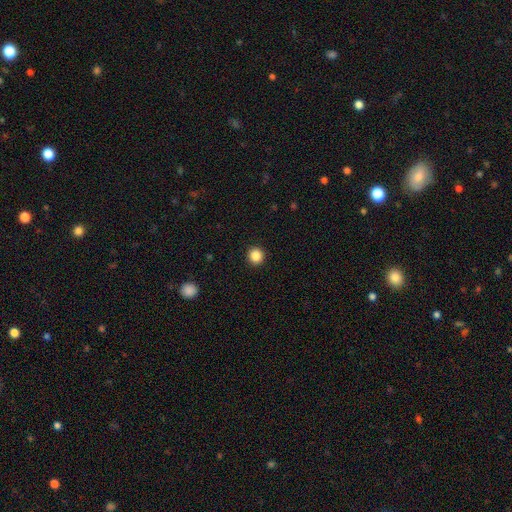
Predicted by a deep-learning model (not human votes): Overall: smooth (86%). How rounded: round (94%). Merging: none (93%).